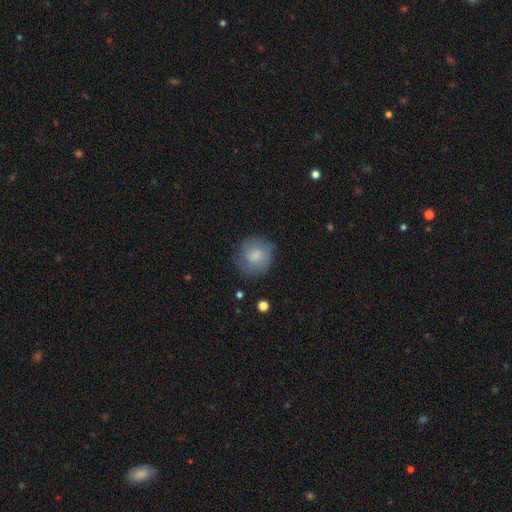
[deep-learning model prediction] The model was most divided on "merging": none: 71%, minor disturbance: 20%, major disturbance: 7%, merger: 2%. More confident: how rounded — round (82%); smooth or featured — smooth (79%).